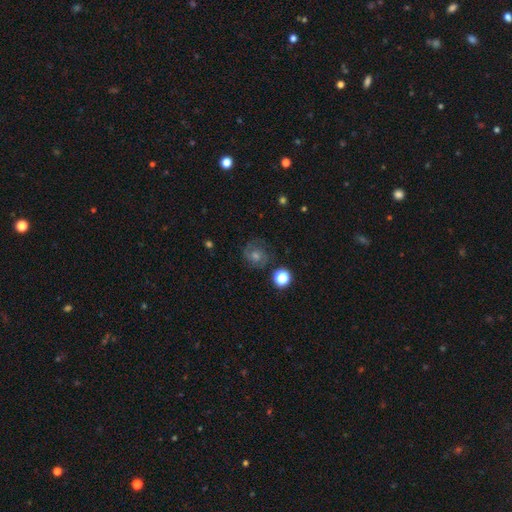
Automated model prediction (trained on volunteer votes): A featured or disk galaxy (53%) with no bar (73%), spiral arms (87%) and a moderate central bulge (55%).

Vote fractions:
- Smooth or featured? featured or disk: 53% / smooth: 27% / star or artifact: 19%
- Edge-on disk? no: 97% / yes: 3%
- Bar? no: 73% / weak: 23% / strong: 4%
- Spiral arms? yes: 87% / no: 13%
- Bulge size? moderate: 55% / small: 34% / large: 6% / none: 4% / dominant: 2%
- Merging? none: 78% / minor disturbance: 14% / major disturbance: 6% / merger: 2%